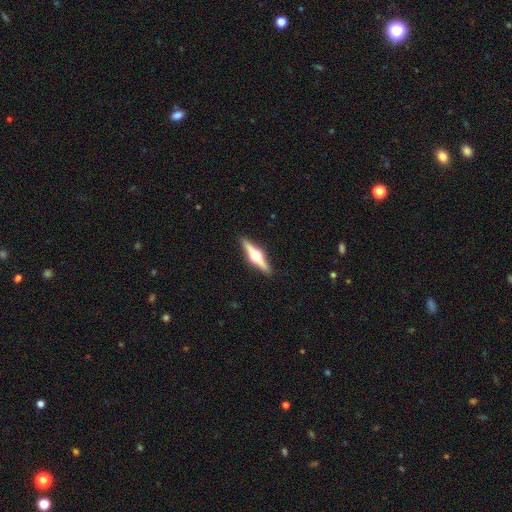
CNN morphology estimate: type=featured or disk (77%); edge-on=yes (98%); edge-on bulge=rounded (96%); merging=none (92%).